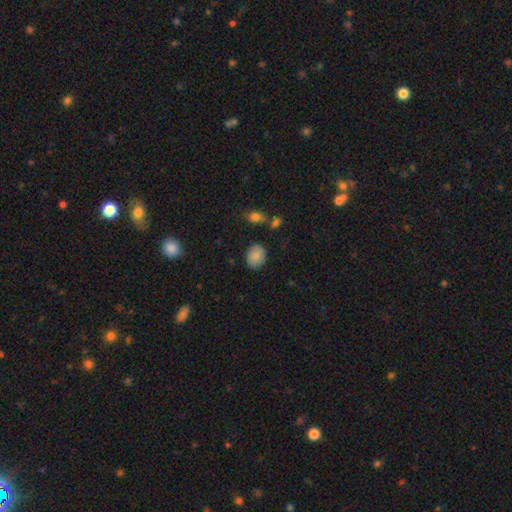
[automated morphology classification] Smooth or featured? Predicted: smooth (p=0.87). How rounded? Predicted: in between (p=0.56). Merging? Predicted: none (p=0.84).